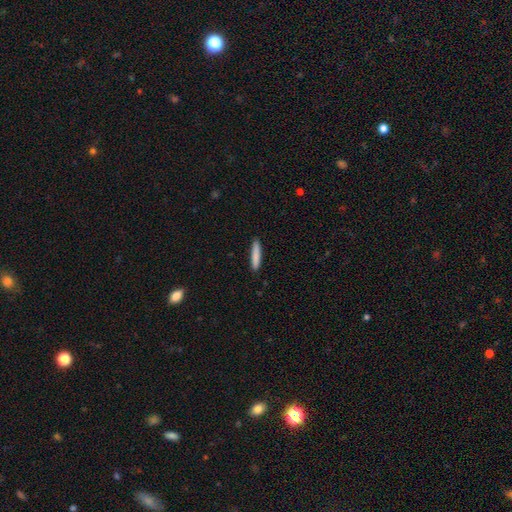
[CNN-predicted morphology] A smooth galaxy with no disk features (85%) that is cigar-shaped (91%).

Vote fractions:
- Smooth or featured? smooth: 85% / featured or disk: 9% / star or artifact: 6%
- How rounded? cigar-shaped: 91% / in between: 8% / round: 1%
- Merging? none: 90% / minor disturbance: 7% / major disturbance: 2% / merger: 1%